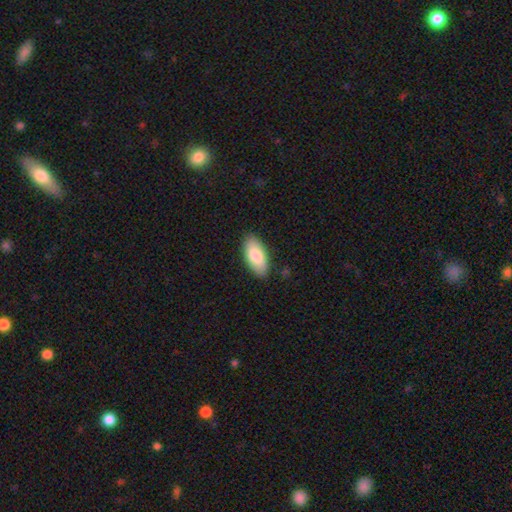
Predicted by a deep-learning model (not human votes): This appears to be a smooth galaxy with no disk features (84%) that is in between round and cigar-shaped (92%). Merging: none (87%).